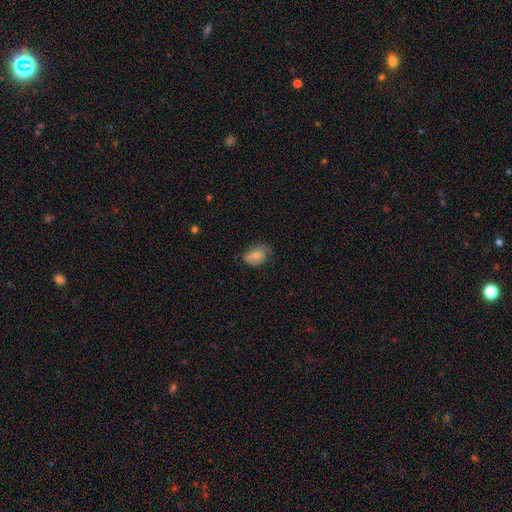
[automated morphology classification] Overall: smooth (63%; featured or disk 29%). How rounded: in between (71%). Merging: none (48%; minor disturbance 35%).